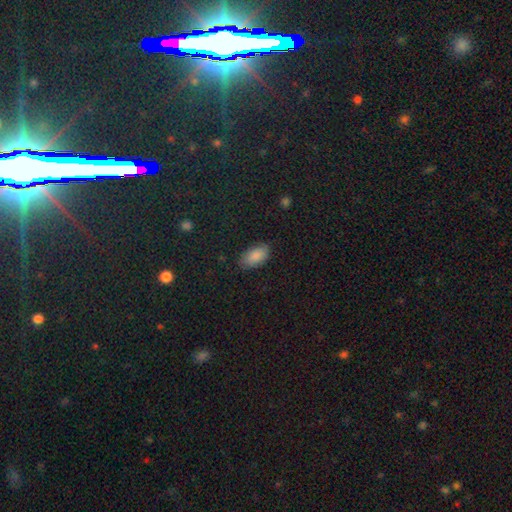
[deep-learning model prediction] Morphology: type=smooth (87%); roundness=in between (94%); merging=none (81%).